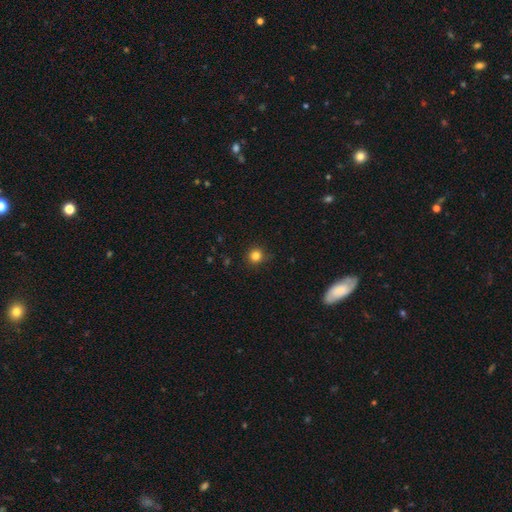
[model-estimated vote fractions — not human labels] This is clearly a smooth galaxy (83%). How rounded: clearly round (93%). Merging: clearly none (89%).